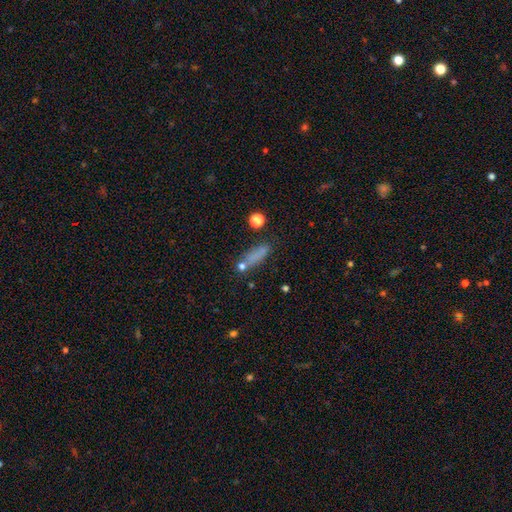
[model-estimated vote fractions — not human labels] Smooth or featured? smooth (73%)
How rounded? cigar-shaped (54%)
Merging? none (66%)